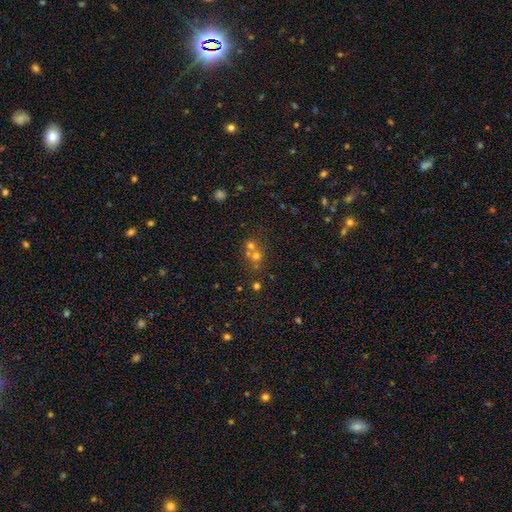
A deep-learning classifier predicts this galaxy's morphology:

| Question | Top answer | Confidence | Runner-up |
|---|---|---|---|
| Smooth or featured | smooth | 57% | star or artifact (25%) |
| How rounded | round | 83% | in between (16%) |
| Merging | merger | 48% | none (42%) |